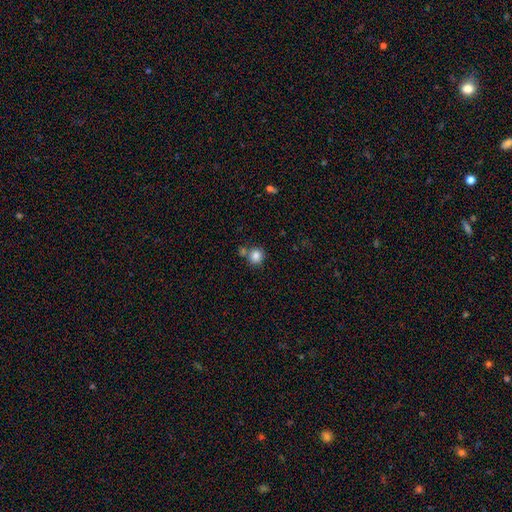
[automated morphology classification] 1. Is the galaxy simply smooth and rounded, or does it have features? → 84% smooth, 10% star or artifact, 6% featured or disk.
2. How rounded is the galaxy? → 88% round, 11% in between, 1% cigar-shaped.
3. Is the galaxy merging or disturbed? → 66% none, 19% merger, 11% minor disturbance, 4% major disturbance.